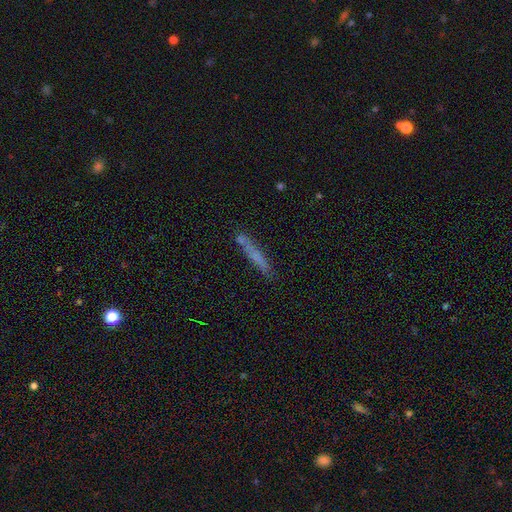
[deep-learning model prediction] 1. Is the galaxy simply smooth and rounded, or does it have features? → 62% smooth, 29% featured or disk, 9% star or artifact.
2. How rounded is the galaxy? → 93% cigar-shaped, 5% in between, 2% round.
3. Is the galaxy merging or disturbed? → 74% none, 15% minor disturbance, 7% merger, 4% major disturbance.